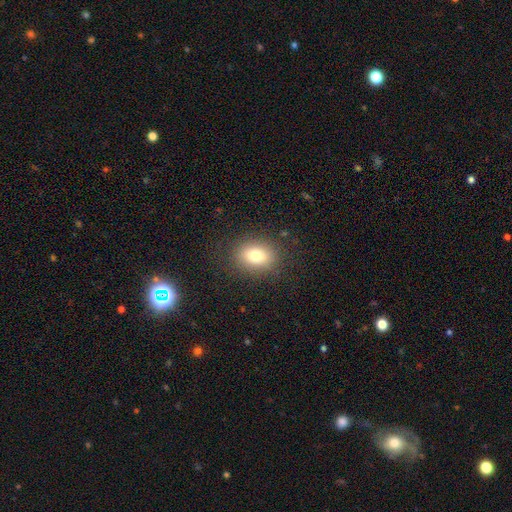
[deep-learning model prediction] This appears to be a smooth galaxy with no disk features (77%) that is round (50%). Merging: none (86%).